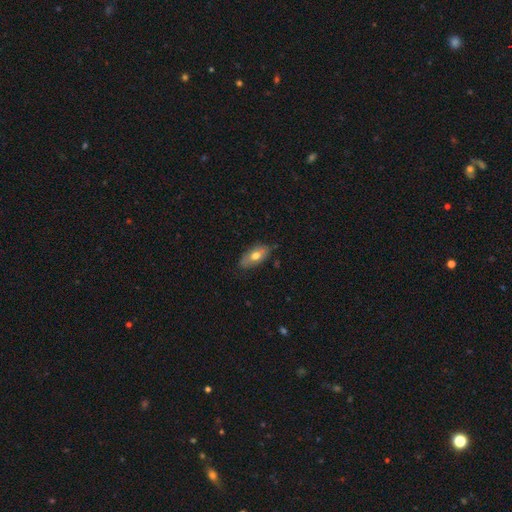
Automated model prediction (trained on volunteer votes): A smooth galaxy with no disk features (67%) that is in between round and cigar-shaped (88%).

Vote fractions:
- Smooth or featured? smooth: 67% / featured or disk: 27% / star or artifact: 7%
- How rounded? in between: 88% / cigar-shaped: 8% / round: 4%
- Merging? none: 78% / minor disturbance: 18% / major disturbance: 3% / merger: 1%